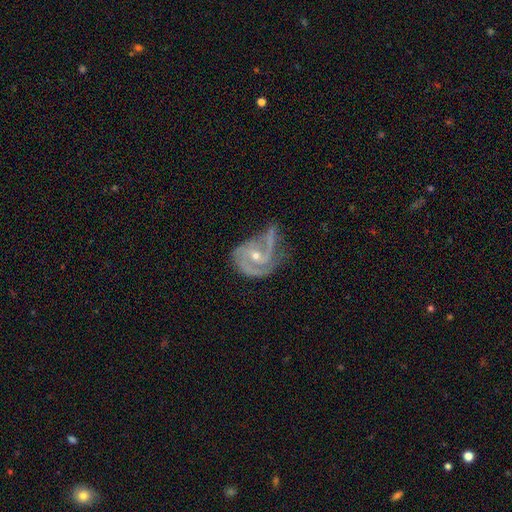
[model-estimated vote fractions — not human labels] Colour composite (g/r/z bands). It shows a featured or disk galaxy (89%) with no bar (54%), 2 (57%) medium (47%) spiral arms (96%) and a small central bulge (53%). Merging: none (36%).